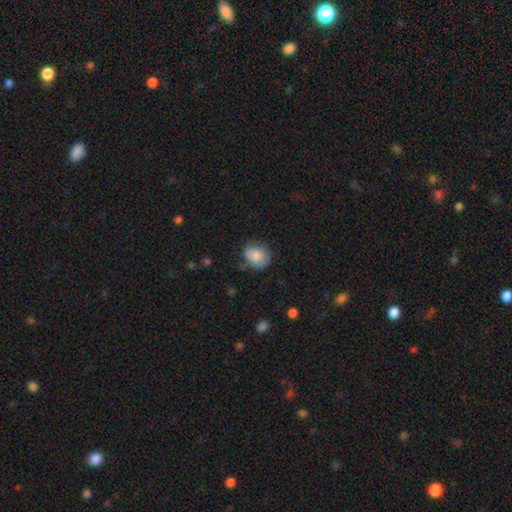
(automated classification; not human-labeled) A smooth galaxy with no disk features (82%) that is round (58%).

Vote fractions:
- Smooth or featured? smooth: 82% / featured or disk: 10% / star or artifact: 8%
- How rounded? round: 58% / in between: 41% / cigar-shaped: 1%
- Merging? none: 66% / minor disturbance: 25% / major disturbance: 6% / merger: 3%